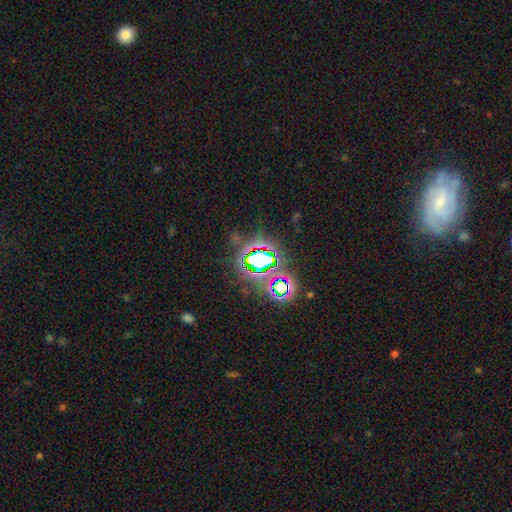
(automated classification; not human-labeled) Overall: star or artifact (71%).